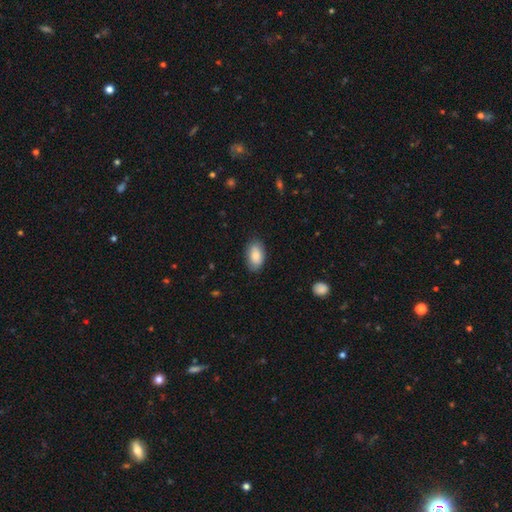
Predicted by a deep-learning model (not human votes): Overall: smooth (85%). How rounded: in between (93%). Merging: none (83%).